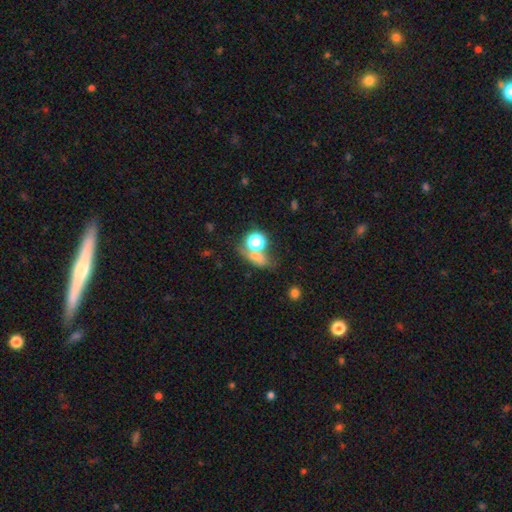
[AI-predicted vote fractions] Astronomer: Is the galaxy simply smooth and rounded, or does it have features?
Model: smooth — 60%.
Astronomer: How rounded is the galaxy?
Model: in between — 48% (runner-up: round, 43%).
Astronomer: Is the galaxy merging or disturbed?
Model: none — 44% (runner-up: merger, 31%).